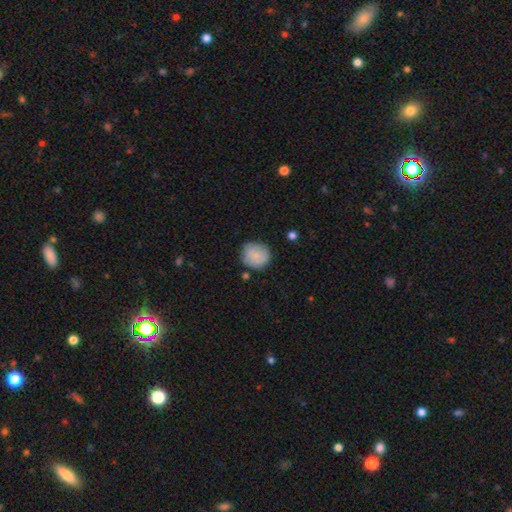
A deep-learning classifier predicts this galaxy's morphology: A smooth galaxy with no disk features (82%) that is round (87%). Merging: none (74%).